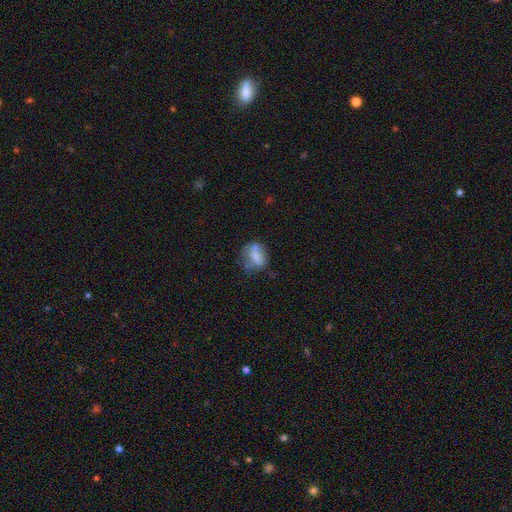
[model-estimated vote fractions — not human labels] This is likely a smooth galaxy (64%). How rounded: likely in between (68%). Merging: marginally none (44%).